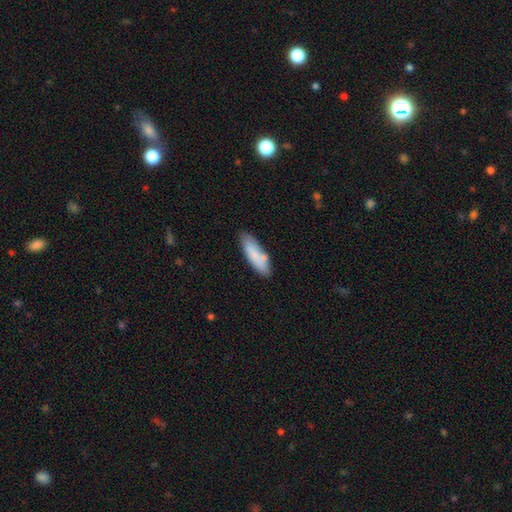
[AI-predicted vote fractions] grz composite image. It shows a smooth galaxy with no disk features (79%) that is in between round and cigar-shaped (50%). Merging: none (76%).